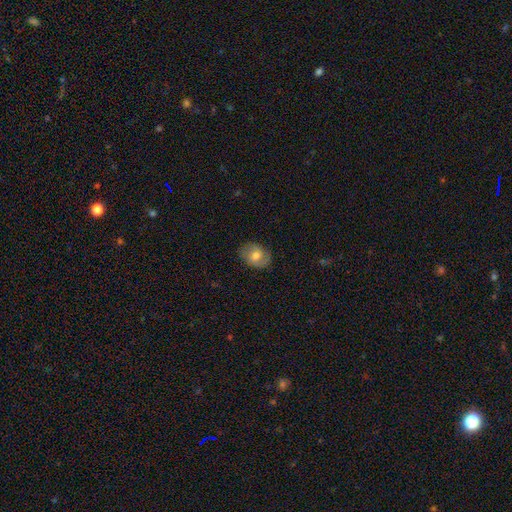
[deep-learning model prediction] A smooth galaxy with no disk features (59%) that is in between round and cigar-shaped (60%).

Vote fractions:
- Smooth or featured? smooth: 59% / featured or disk: 33% / star or artifact: 8%
- How rounded? in between: 60% / round: 39% / cigar-shaped: 1%
- Merging? none: 79% / minor disturbance: 15% / major disturbance: 4% / merger: 1%